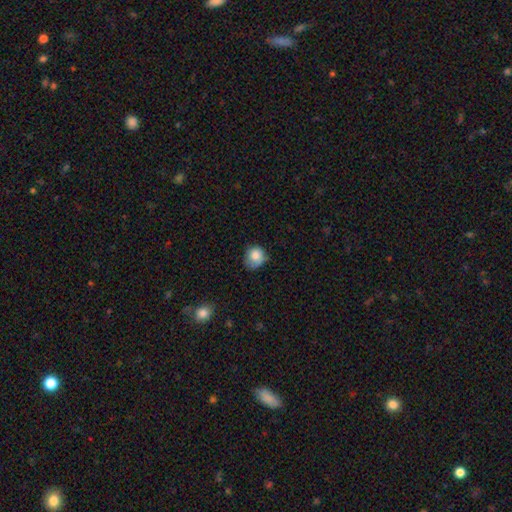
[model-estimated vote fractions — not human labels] Q: Smooth or featured?
A: smooth (82%); runner-up: featured or disk (9%)
Q: How rounded?
A: round (78%); runner-up: in between (21%)
Q: Merging?
A: none (55%); runner-up: minor disturbance (35%)